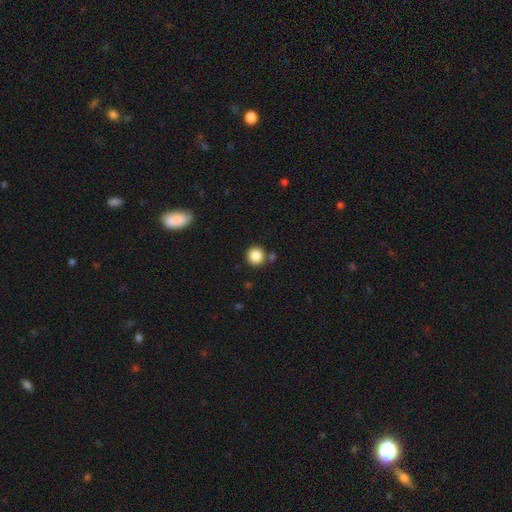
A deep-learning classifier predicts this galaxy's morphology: smooth_or_featured: smooth (p=0.86) [alt: star or artifact p=0.10]
how_rounded: round (p=0.93) [alt: in between p=0.06]
merging: none (p=0.81) [alt: merger p=0.08]